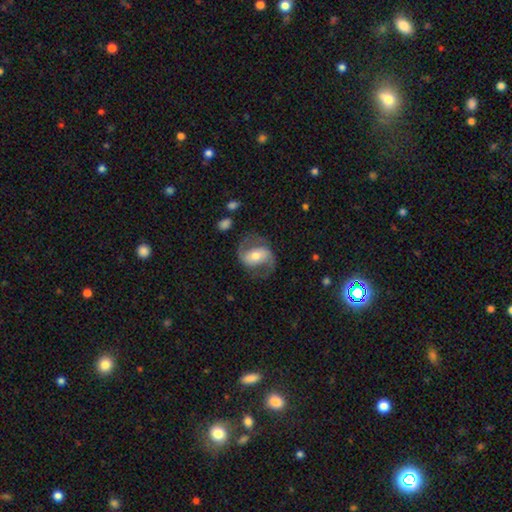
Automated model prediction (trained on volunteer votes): Q: Smooth or featured?
A: featured or disk (80%); runner-up: smooth (15%)
Q: Edge-on disk?
A: no (97%); runner-up: yes (3%)
Q: Bar?
A: weak (37%); runner-up: strong (32%)
Q: Spiral arms?
A: yes (92%); runner-up: no (8%)
Q: Spiral winding?
A: medium (52%); runner-up: loose (32%)
Q: Spiral arm count?
A: 2 (91%); runner-up: can't tell (3%)
Q: Bulge size?
A: moderate (59%); runner-up: small (28%)
Q: Merging?
A: none (73%); runner-up: minor disturbance (15%)